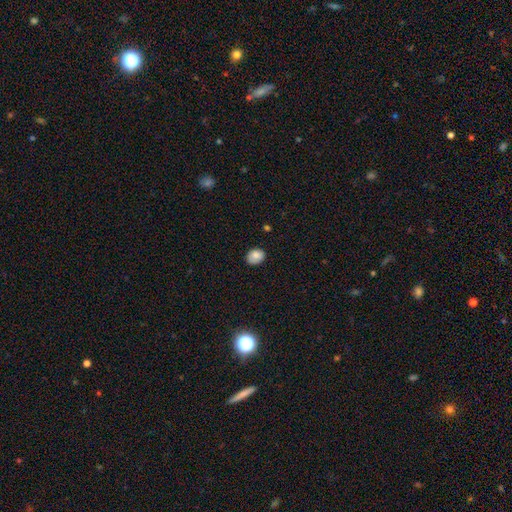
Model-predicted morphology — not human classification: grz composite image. It shows a smooth galaxy with no disk features (82%) that is in between round and cigar-shaped (52%). Merging: none (80%).